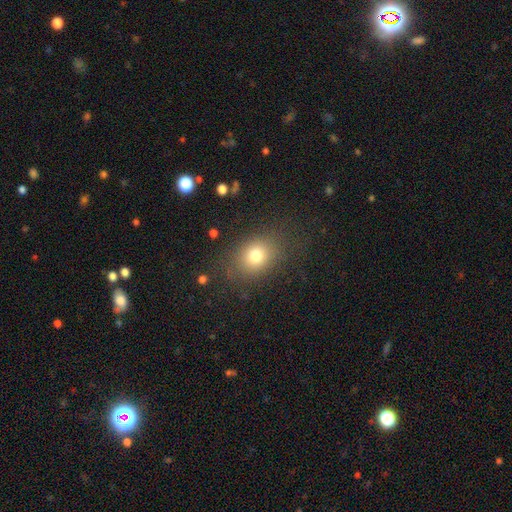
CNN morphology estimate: The model was most divided on "how rounded": in between: 52%, round: 46%, cigar-shaped: 1%. More confident: merging — none (79%); smooth or featured — smooth (76%).